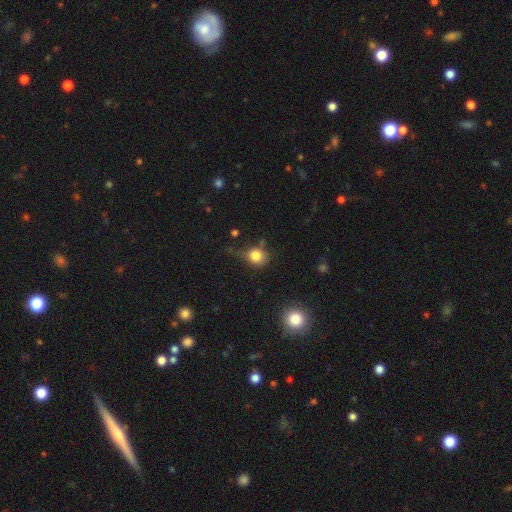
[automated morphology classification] Smooth or featured: smooth — 80% (star or artifact — 11%)
How rounded: round — 76% (in between — 23%)
Merging: none — 51% (minor disturbance — 29%)